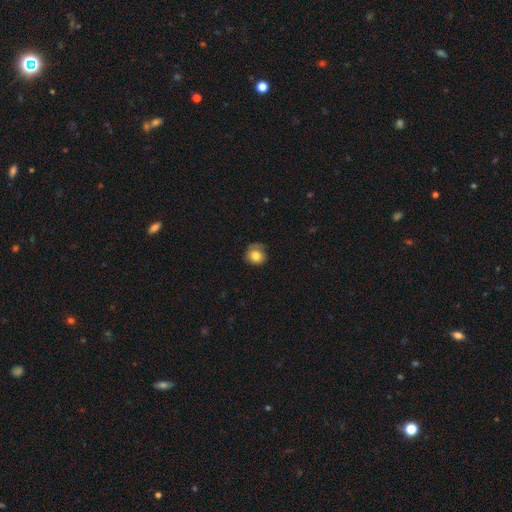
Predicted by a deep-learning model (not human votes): smooth_or_featured: smooth (p=0.80) [alt: featured or disk p=0.11]
how_rounded: round (p=0.83) [alt: in between p=0.16]
merging: none (p=0.63) [alt: minor disturbance p=0.27]